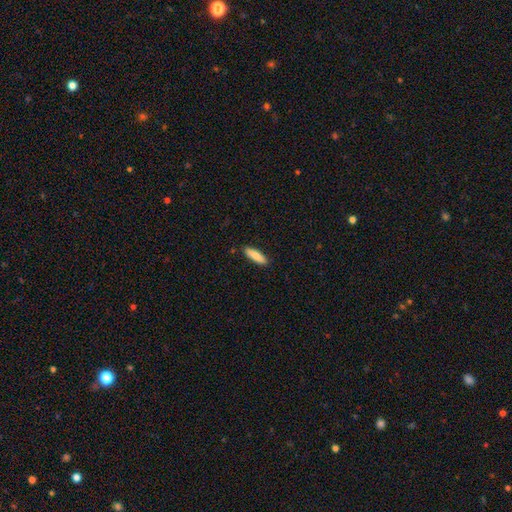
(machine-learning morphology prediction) Smooth or featured? Predicted: smooth (p=0.82). How rounded? Predicted: cigar-shaped (p=0.64). Merging? Predicted: none (p=0.89).